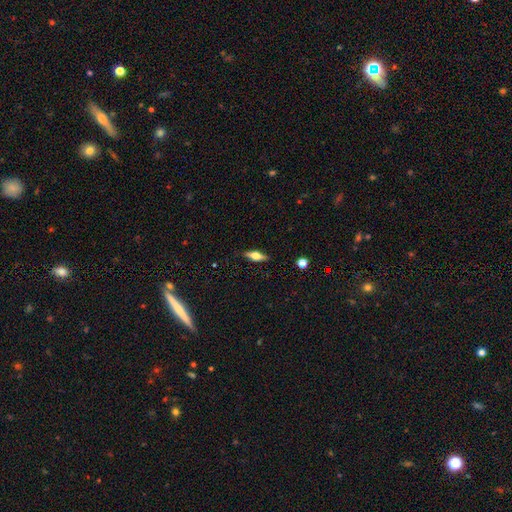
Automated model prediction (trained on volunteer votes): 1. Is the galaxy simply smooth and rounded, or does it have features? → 54% featured or disk, 39% smooth, 7% star or artifact.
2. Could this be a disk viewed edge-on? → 93% yes, 7% no.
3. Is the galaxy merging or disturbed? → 87% none, 10% minor disturbance, 2% major disturbance, 1% merger.